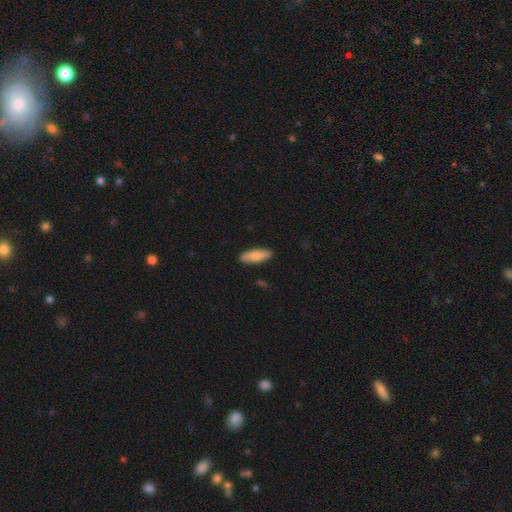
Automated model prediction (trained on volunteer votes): Smooth or featured? smooth (78%)
How rounded? in between (57%)
Merging? none (89%)